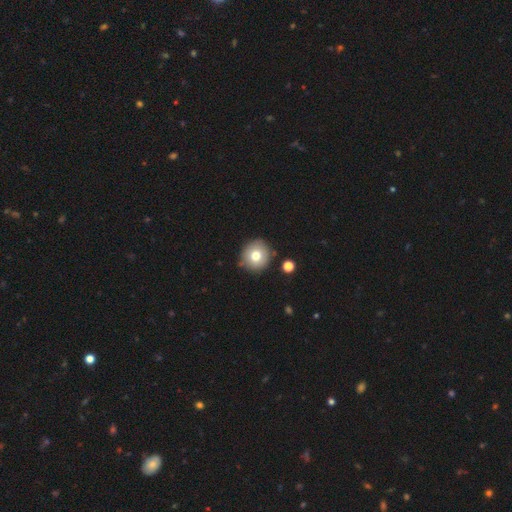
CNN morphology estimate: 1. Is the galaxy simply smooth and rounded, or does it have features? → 75% smooth, 15% featured or disk, 10% star or artifact.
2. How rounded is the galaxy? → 92% round, 7% in between, 1% cigar-shaped.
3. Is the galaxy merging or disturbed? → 83% none, 10% minor disturbance, 4% merger, 3% major disturbance.